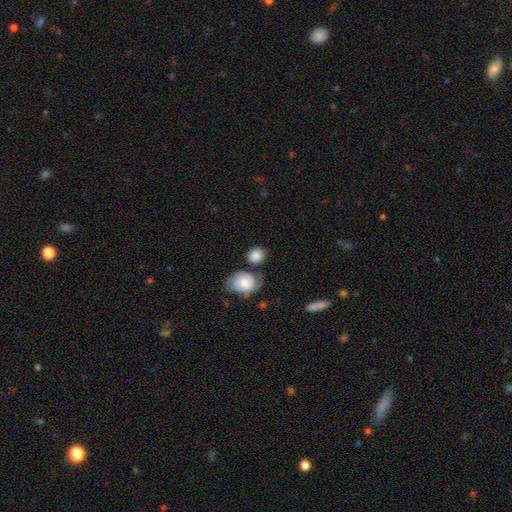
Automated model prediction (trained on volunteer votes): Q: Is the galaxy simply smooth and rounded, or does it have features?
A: smooth — 80%.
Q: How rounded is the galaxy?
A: round — 75%.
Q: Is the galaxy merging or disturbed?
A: none — 65%.